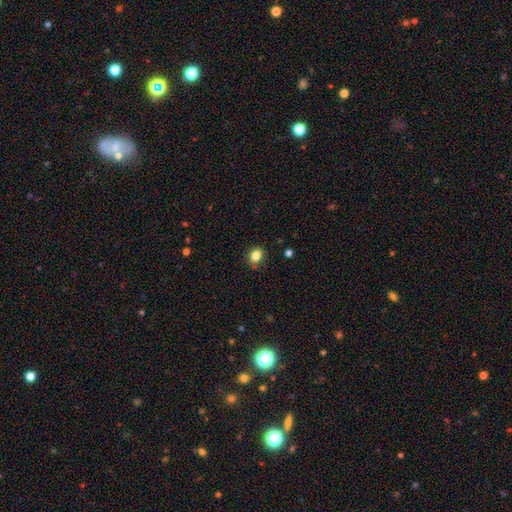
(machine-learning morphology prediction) smooth_or_featured: smooth (p=0.83) [alt: star or artifact p=0.10]
how_rounded: round (p=0.51) [alt: in between p=0.48]
merging: none (p=0.84) [alt: minor disturbance p=0.12]